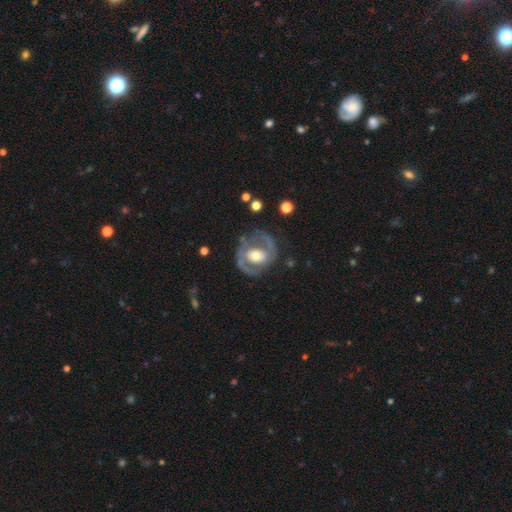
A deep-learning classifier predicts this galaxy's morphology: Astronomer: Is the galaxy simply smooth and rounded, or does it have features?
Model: featured or disk — 69%.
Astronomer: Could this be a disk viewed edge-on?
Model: no — 97%.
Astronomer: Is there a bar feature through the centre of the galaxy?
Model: no — 69%.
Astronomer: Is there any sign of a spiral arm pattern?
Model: yes — 52% (runner-up: no, 48%).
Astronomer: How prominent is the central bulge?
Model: moderate — 59%.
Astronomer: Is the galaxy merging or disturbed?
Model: none — 63%.